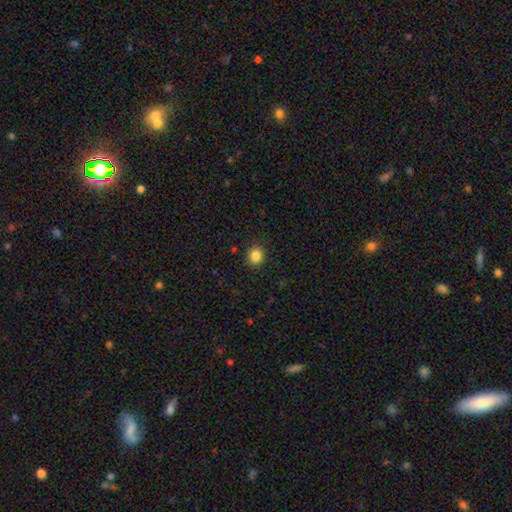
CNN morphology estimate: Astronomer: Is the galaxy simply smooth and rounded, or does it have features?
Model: smooth — 86%.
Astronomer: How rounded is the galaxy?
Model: round — 81%.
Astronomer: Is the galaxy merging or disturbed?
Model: none — 89%.